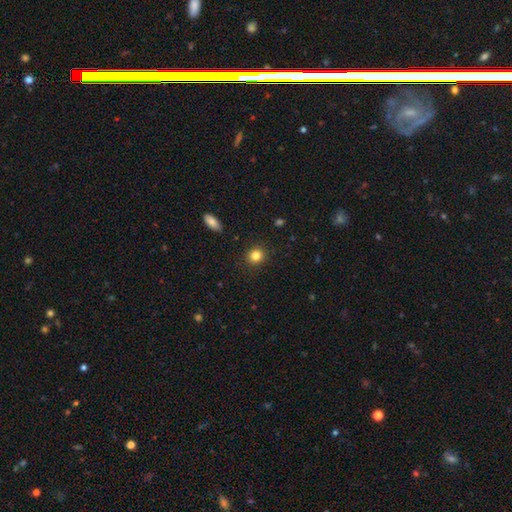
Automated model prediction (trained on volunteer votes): Smooth or featured: smooth — 84% (star or artifact — 11%)
How rounded: round — 85% (in between — 14%)
Merging: none — 90% (minor disturbance — 6%)